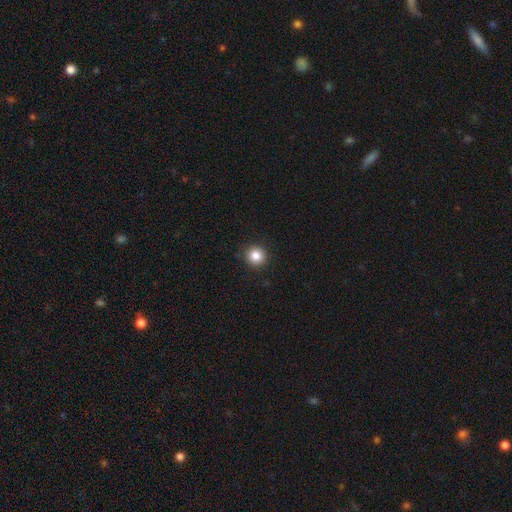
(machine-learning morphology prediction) type=smooth (85%); roundness=round (94%); merging=none (92%).